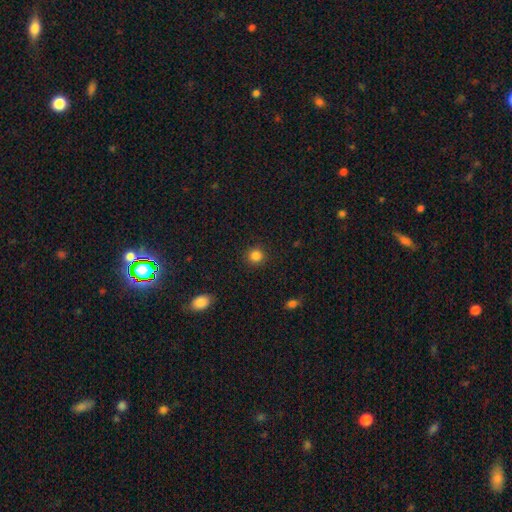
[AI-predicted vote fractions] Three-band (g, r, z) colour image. It shows a smooth galaxy with no disk features (85%) that is round (92%). Merging: none (91%).